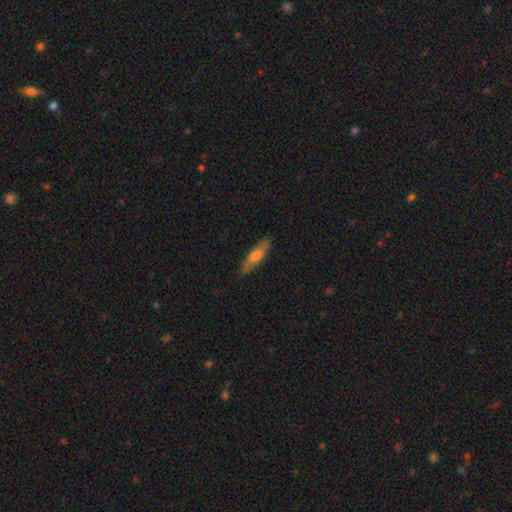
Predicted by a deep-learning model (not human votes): A smooth galaxy with no disk features (50%) that is cigar-shaped (62%).

Vote fractions:
- Smooth or featured? smooth: 50% / featured or disk: 44% / star or artifact: 6%
- How rounded? cigar-shaped: 62% / in between: 36% / round: 2%
- Merging? none: 84% / minor disturbance: 13% / major disturbance: 3% / merger: 1%